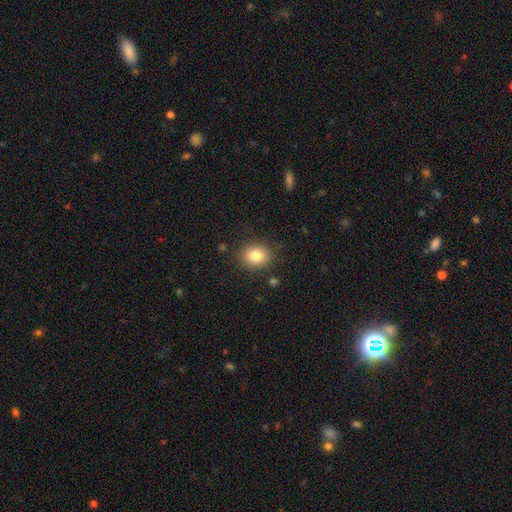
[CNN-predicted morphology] Smooth or featured?
  - smooth: 82% *
  - star or artifact: 10%
  - featured or disk: 8%
How rounded?
  - round: 58% *
  - in between: 41%
  - cigar-shaped: 1%
Merging?
  - none: 86% *
  - minor disturbance: 10%
  - major disturbance: 3%
  - merger: 2%